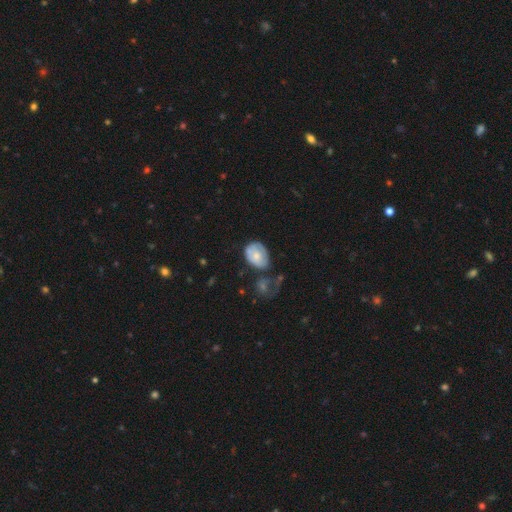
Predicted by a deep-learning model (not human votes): A smooth galaxy with no disk features (56%) that is in between round and cigar-shaped (75%). Merging: none (38%).